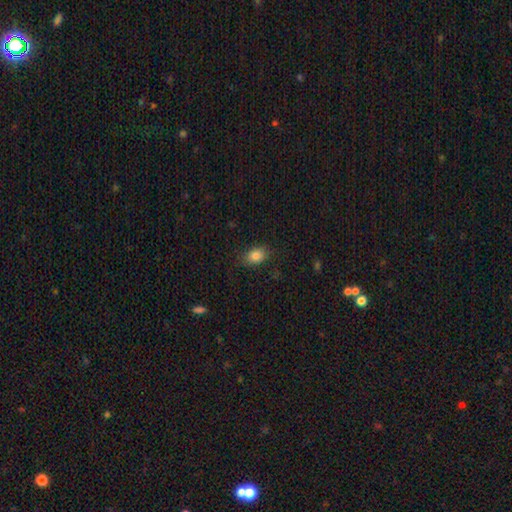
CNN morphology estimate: Overall: smooth (83%). How rounded: in between (77%). Merging: none (81%).